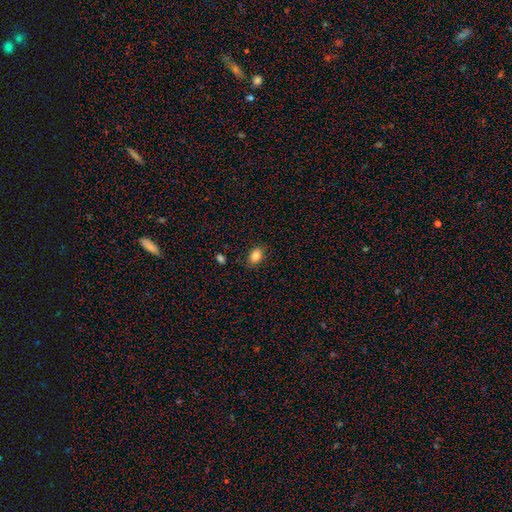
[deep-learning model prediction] Morphology: type=smooth (86%); roundness=in between (80%); merging=none (84%).